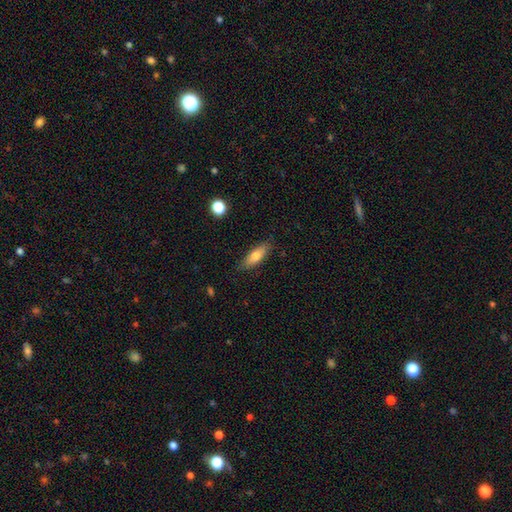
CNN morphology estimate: Overall: smooth (70%). How rounded: in between (56%; cigar-shaped 42%). Merging: none (82%).